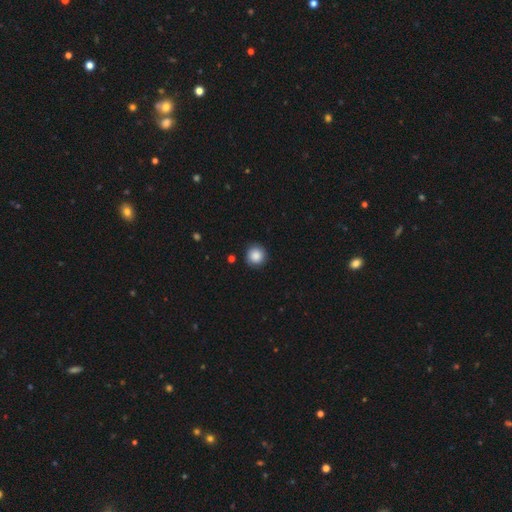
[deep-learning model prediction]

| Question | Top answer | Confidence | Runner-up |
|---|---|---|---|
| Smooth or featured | smooth | 87% | star or artifact (9%) |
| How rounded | round | 94% | in between (5%) |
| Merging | none | 89% | minor disturbance (8%) |